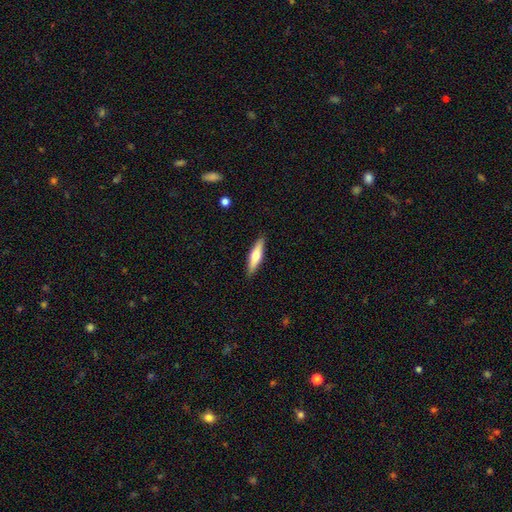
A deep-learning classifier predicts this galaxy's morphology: This is possibly a smooth galaxy (56%). How rounded: likely cigar-shaped (73%). Merging: clearly none (90%).